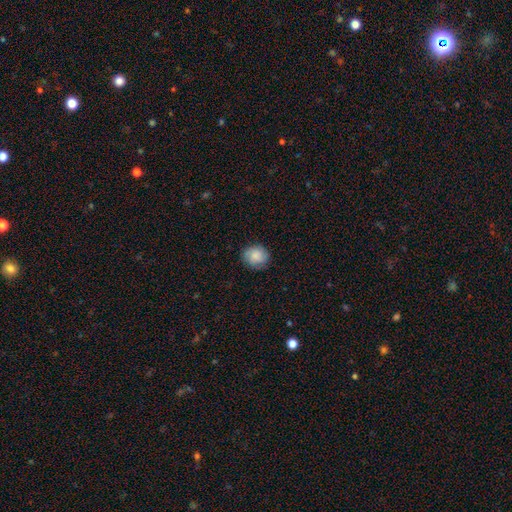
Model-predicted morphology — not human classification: Overall: smooth (79%). How rounded: round (76%). Merging: none (84%).